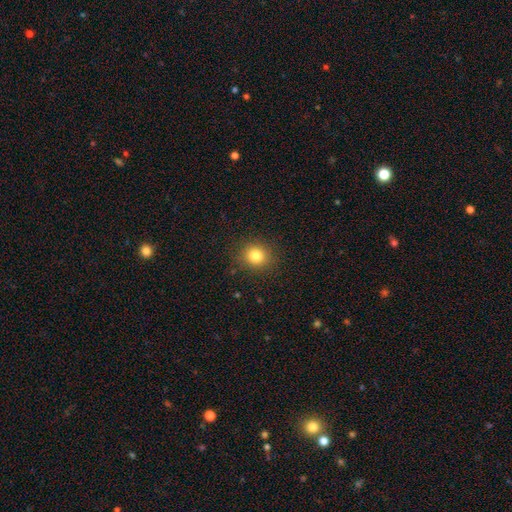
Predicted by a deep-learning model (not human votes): smooth 81%, star or artifact 12%, featured or disk 7%. Down the decision tree: how rounded — round (83%); merging — none (88%).